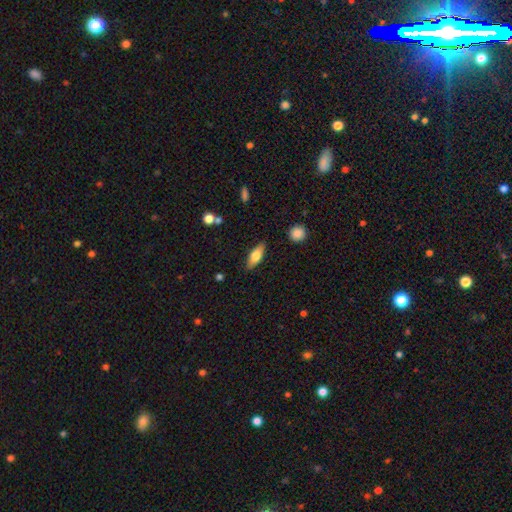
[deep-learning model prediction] This is likely a smooth galaxy (65%). How rounded: likely in between (72%). Merging: clearly none (85%).